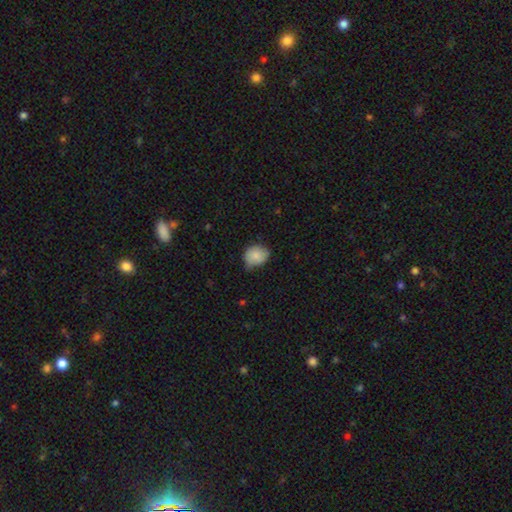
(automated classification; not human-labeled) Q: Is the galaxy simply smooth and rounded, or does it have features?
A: smooth — 80%.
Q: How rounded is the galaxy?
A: round — 64%.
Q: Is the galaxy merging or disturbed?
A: none — 51%.